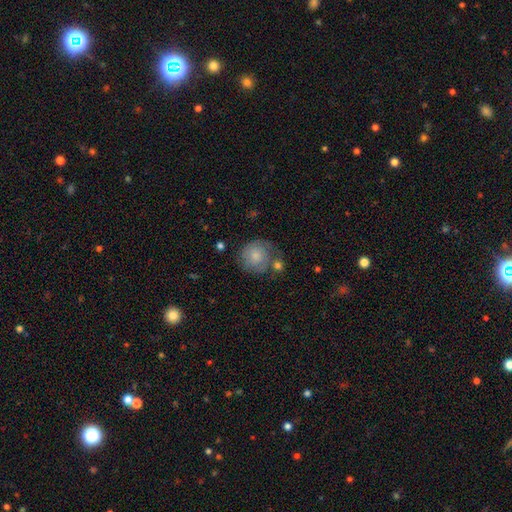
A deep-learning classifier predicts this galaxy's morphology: Smooth or featured: smooth — 63% (featured or disk — 30%)
How rounded: round — 88% (in between — 11%)
Merging: none — 53% (minor disturbance — 21%)